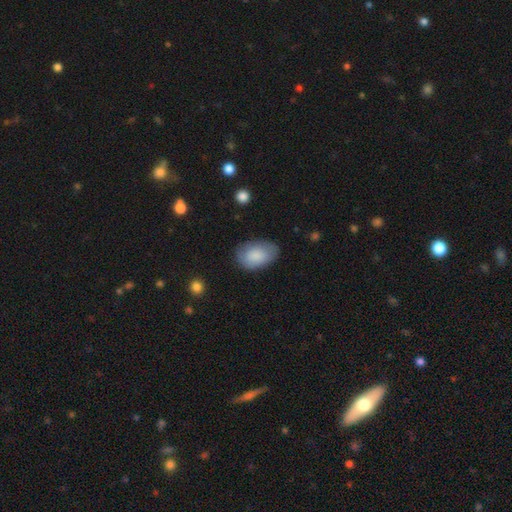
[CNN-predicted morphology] type=smooth (82%); roundness=in between (90%); merging=none (75%).